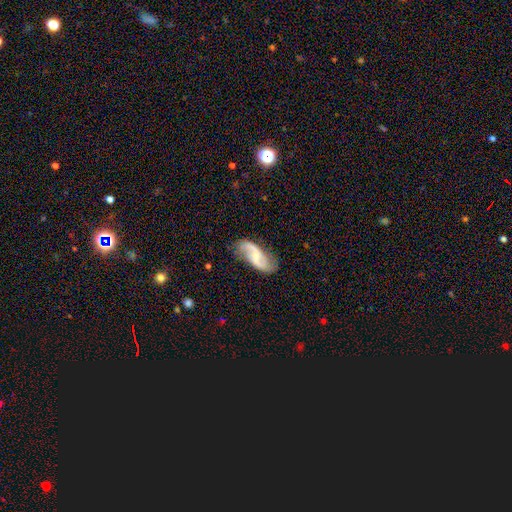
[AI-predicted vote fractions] A featured or disk galaxy (79%) with a weak bar (47%), 2 (91%) loose (66%) spiral arms (95%) and a small central bulge (53%).

Vote fractions:
- Smooth or featured? featured or disk: 79% / smooth: 15% / star or artifact: 5%
- Edge-on disk? no: 96% / yes: 4%
- Bar? weak: 47% / no: 35% / strong: 17%
- Spiral arms? yes: 95% / no: 5%
- Spiral winding? loose: 66% / medium: 26% / tight: 7%
- Spiral arm count? 2: 91% / can't tell: 4% / 1: 2% / 3: 1% / 4: 1% / more than 4: 1%
- Bulge size? small: 53% / moderate: 25% / none: 18% / large: 2% / dominant: 1%
- Merging? none: 75% / minor disturbance: 18% / major disturbance: 6% / merger: 2%